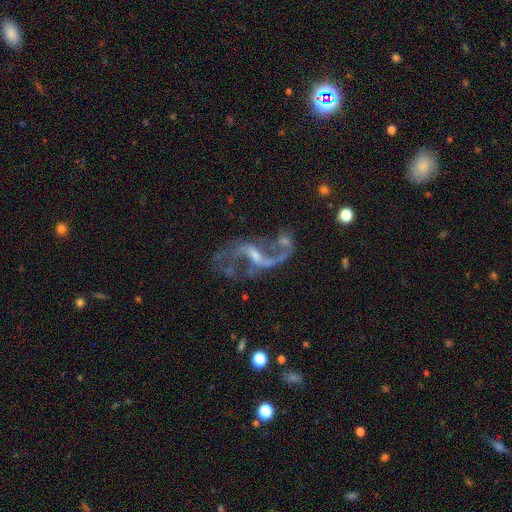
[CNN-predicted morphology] Smooth or featured: featured or disk — 88% (star or artifact — 7%)
Edge-on disk: no — 97% (yes — 3%)
Bar: weak — 49% (no — 26%)
Spiral arms: yes — 93% (no — 7%)
Spiral winding: loose — 84% (medium — 13%)
Spiral arm count: 2 — 89% (1 — 5%)
Bulge size: small — 55% (moderate — 24%)
Merging: none — 46% (major disturbance — 24%)